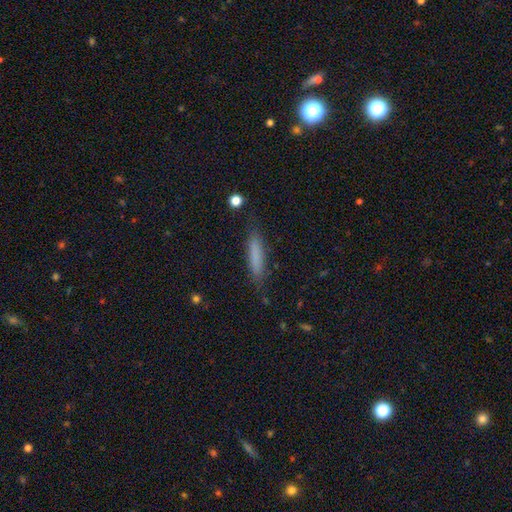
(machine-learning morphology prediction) The model was most divided on "smooth or featured": smooth: 79%, featured or disk: 13%, star or artifact: 8%. More confident: how rounded — cigar-shaped (86%); merging — none (84%).